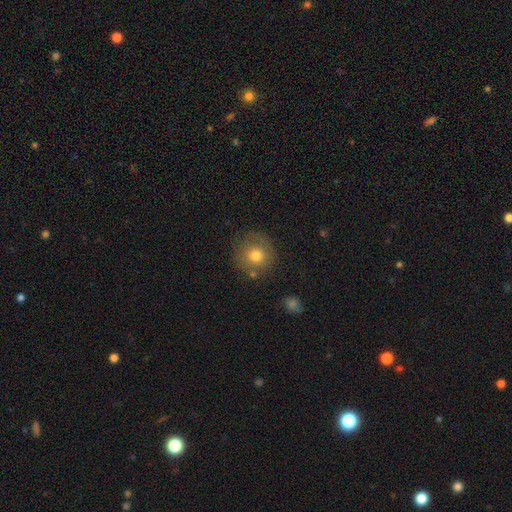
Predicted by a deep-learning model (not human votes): A smooth galaxy with no disk features (73%) that is round (91%).

Vote fractions:
- Smooth or featured? smooth: 73% / featured or disk: 17% / star or artifact: 11%
- How rounded? round: 91% / in between: 8% / cigar-shaped: 1%
- Merging? none: 78% / minor disturbance: 13% / major disturbance: 5% / merger: 4%